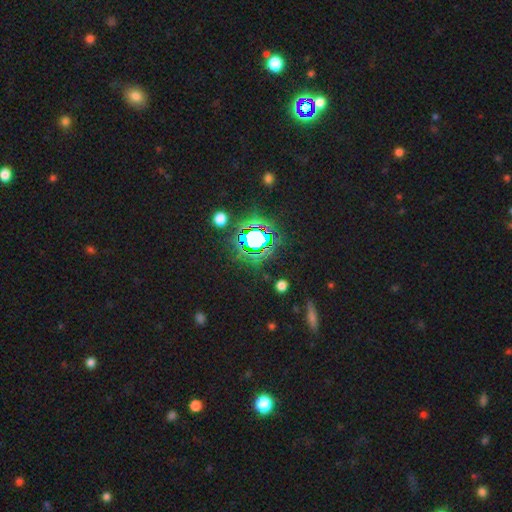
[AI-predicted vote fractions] Smooth or featured? star or artifact (69%)